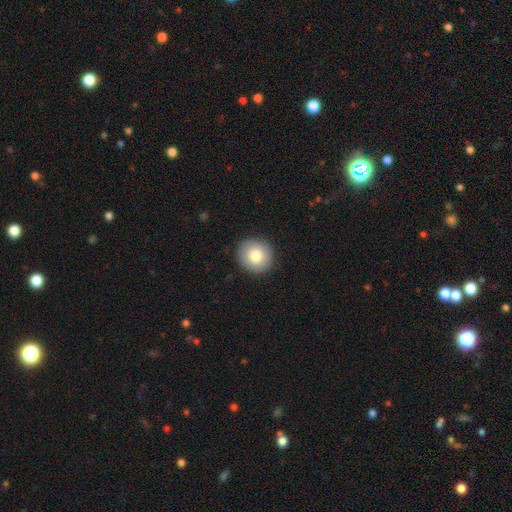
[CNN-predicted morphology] The model was most divided on "smooth or featured": smooth: 81%, featured or disk: 11%, star or artifact: 8%. More confident: merging — none (90%); how rounded — round (87%).